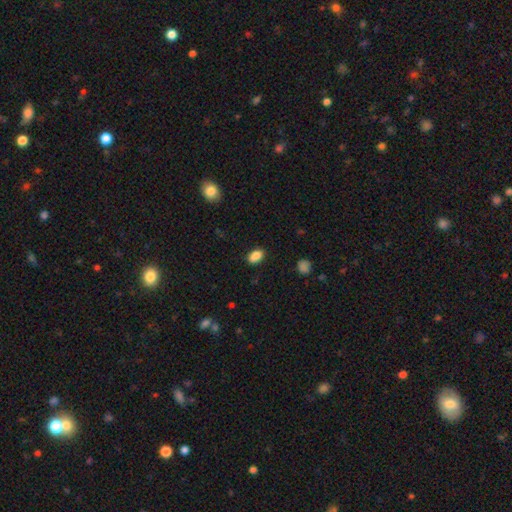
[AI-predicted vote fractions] Q: Smooth or featured?
A: smooth (87%); runner-up: star or artifact (9%)
Q: How rounded?
A: in between (87%); runner-up: round (11%)
Q: Merging?
A: none (85%); runner-up: minor disturbance (11%)